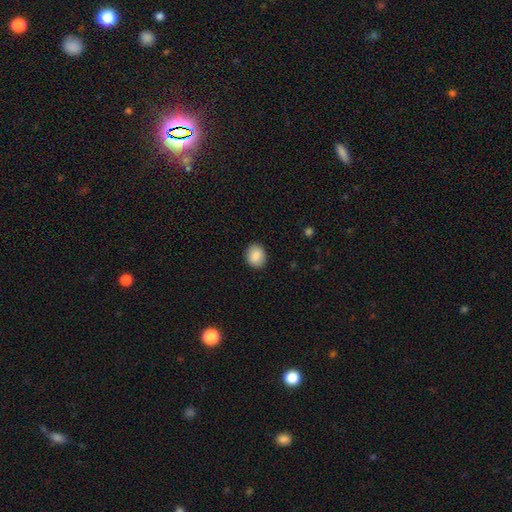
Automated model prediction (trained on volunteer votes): A smooth galaxy with no disk features (89%) that is round (68%). Merging: none (90%).